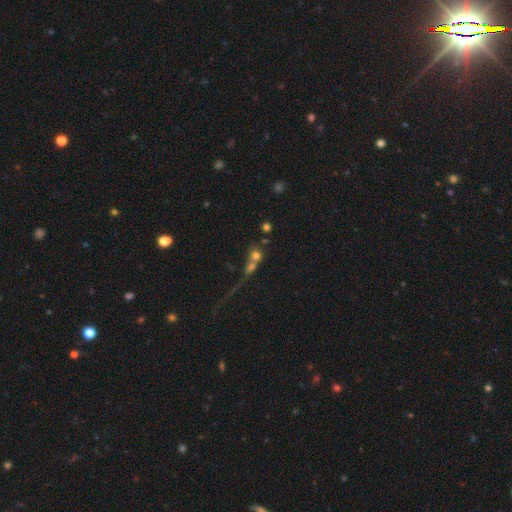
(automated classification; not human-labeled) This is likely a smooth galaxy (61%). How rounded: likely round (77%). Merging: possibly merger (59%).